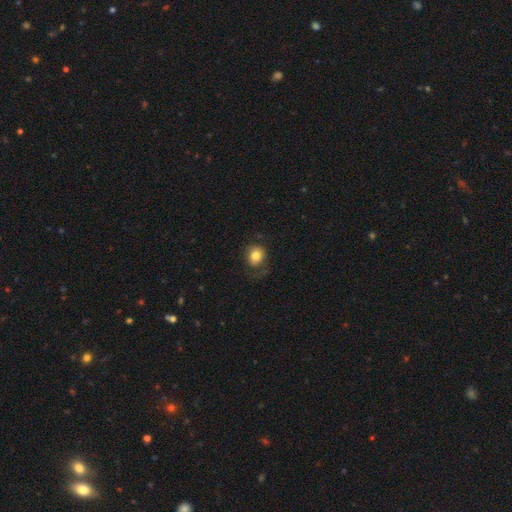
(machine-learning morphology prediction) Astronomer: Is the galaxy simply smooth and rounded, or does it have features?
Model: smooth — 79%.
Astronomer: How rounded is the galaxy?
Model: round — 71%.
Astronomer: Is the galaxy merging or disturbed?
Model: none — 63%.